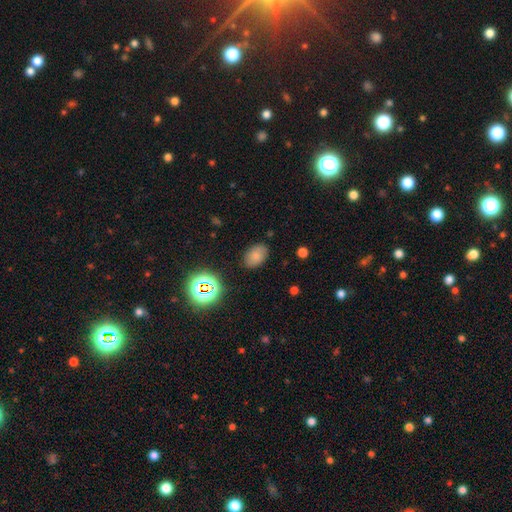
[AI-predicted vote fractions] A smooth galaxy with no disk features (75%) that is in between round and cigar-shaped (84%). Merging: none (84%).